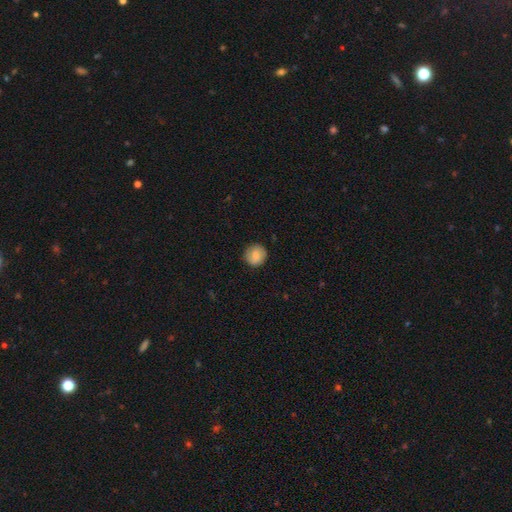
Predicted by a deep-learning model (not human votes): smooth_or_featured: smooth (p=0.78) [alt: featured or disk p=0.14]
how_rounded: round (p=0.89) [alt: in between p=0.10]
merging: none (p=0.87) [alt: minor disturbance p=0.10]